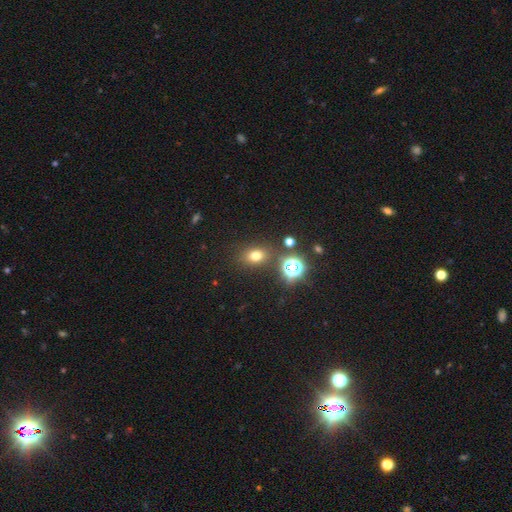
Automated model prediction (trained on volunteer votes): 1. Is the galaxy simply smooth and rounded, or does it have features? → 67% smooth, 24% star or artifact, 8% featured or disk.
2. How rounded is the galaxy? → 56% in between, 42% round, 2% cigar-shaped.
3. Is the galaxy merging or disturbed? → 80% none, 10% minor disturbance, 6% merger, 4% major disturbance.